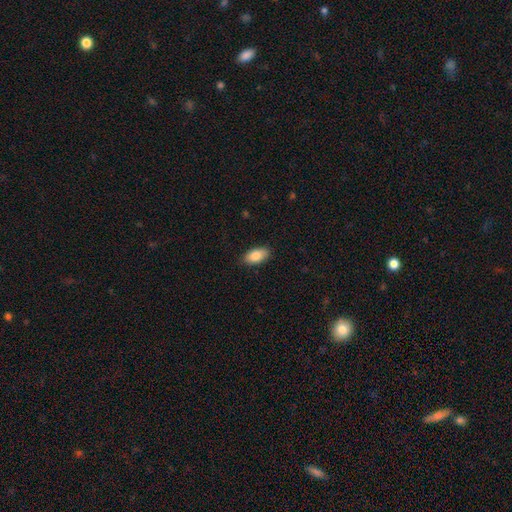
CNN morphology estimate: Smooth or featured?
  - smooth: 86% *
  - featured or disk: 8%
  - star or artifact: 7%
How rounded?
  - in between: 93% *
  - cigar-shaped: 4%
  - round: 3%
Merging?
  - none: 87% *
  - minor disturbance: 10%
  - major disturbance: 2%
  - merger: 1%